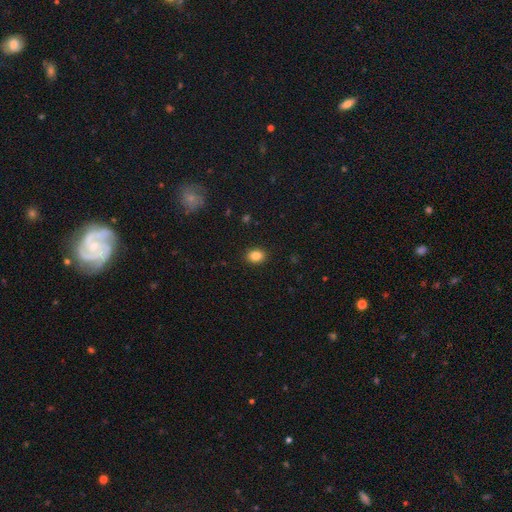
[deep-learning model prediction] Smooth or featured? smooth (85%)
How rounded? in between (52%)
Merging? none (91%)